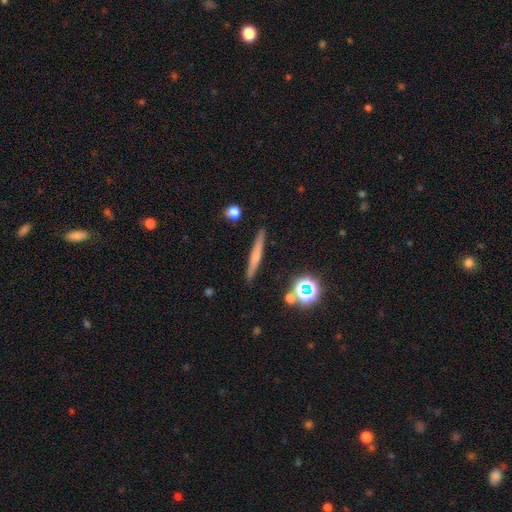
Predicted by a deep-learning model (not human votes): A smooth galaxy with no disk features (46%). Merging: none (90%).